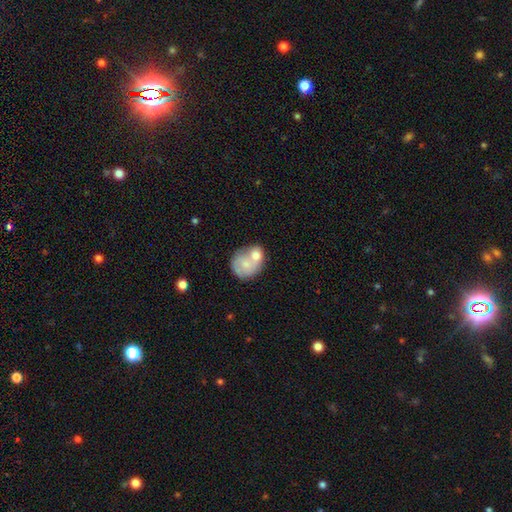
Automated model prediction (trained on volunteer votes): Morphology: type=smooth (60%); roundness=round (67%); merging=merger (61%).